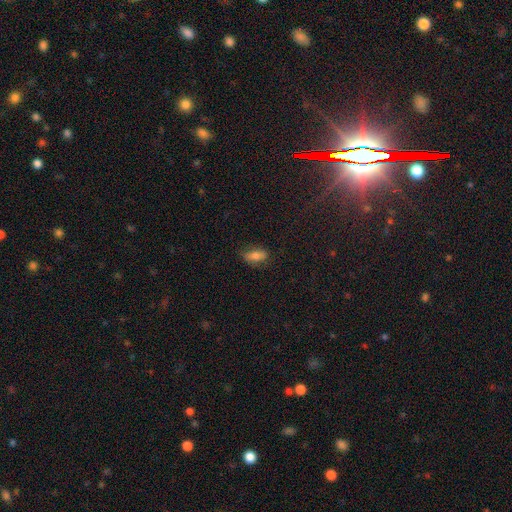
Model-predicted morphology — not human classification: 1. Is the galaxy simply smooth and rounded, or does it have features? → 71% smooth, 19% featured or disk, 10% star or artifact.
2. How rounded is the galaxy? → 81% in between, 13% cigar-shaped, 6% round.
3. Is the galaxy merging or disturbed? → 79% none, 16% minor disturbance, 4% major disturbance, 1% merger.